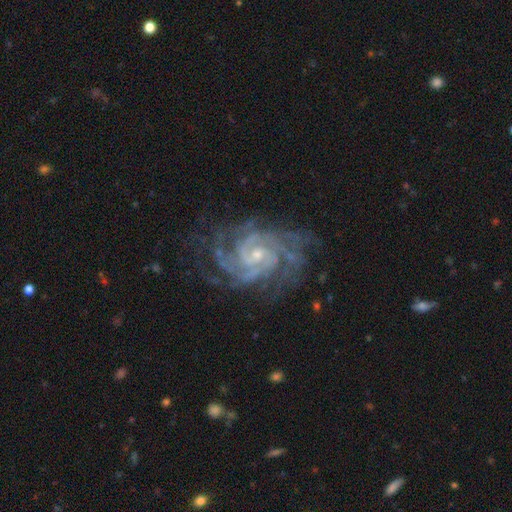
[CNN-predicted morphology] Overall: featured or disk (92%). Edge-on disk: no (98%). Bar: no (55%; weak 36%). Spiral arms: yes (98%). Spiral arm count: 2 (25%; 3 21%). Spiral winding: tight (63%; medium 33%). Bulge size: small (65%; moderate 31%). Merging: none (69%).